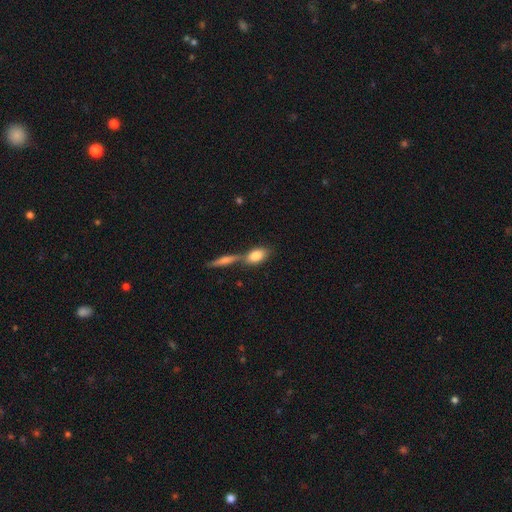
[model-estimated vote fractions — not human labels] This appears to be a smooth galaxy with no disk features (77%) that is in between round and cigar-shaped (84%). Merging: merger (42%, tied with none).